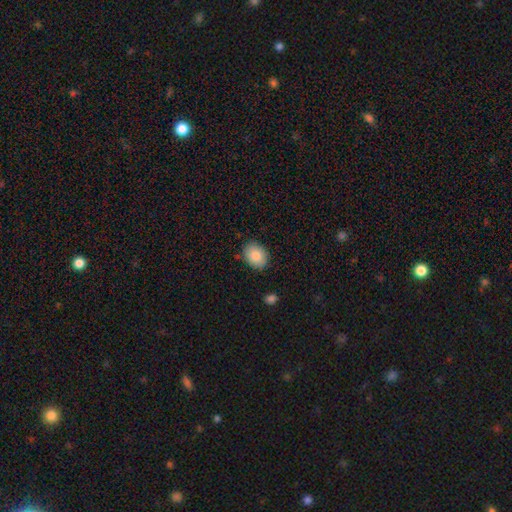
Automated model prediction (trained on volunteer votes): This is clearly a smooth galaxy (86%). How rounded: likely in between (62%). Merging: clearly none (85%).